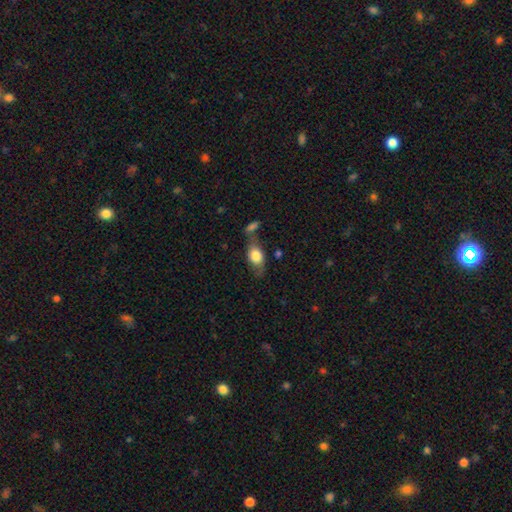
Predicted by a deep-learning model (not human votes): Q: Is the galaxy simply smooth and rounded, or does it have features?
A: smooth — 73%.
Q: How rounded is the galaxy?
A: in between — 84%.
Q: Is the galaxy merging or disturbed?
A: none — 52%.